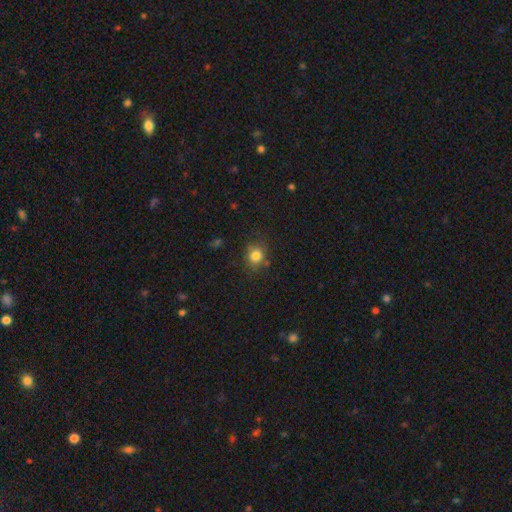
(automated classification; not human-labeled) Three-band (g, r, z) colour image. It shows a smooth galaxy with no disk features (81%) that is round (76%). Merging: none (77%).